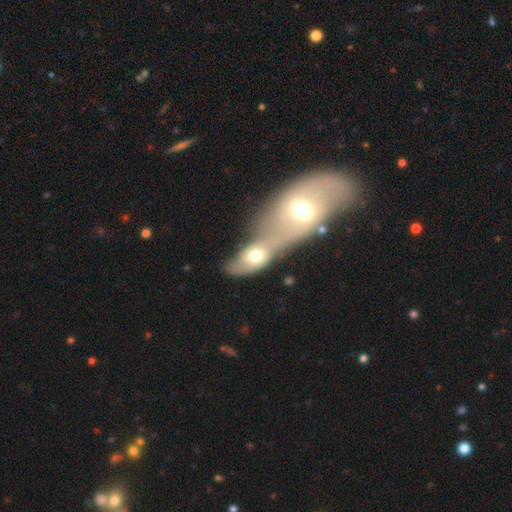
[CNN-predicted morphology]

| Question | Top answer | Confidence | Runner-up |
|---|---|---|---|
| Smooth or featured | smooth | 57% | featured or disk (35%) |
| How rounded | in between | 74% | round (17%) |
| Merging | merger | 65% | none (21%) |